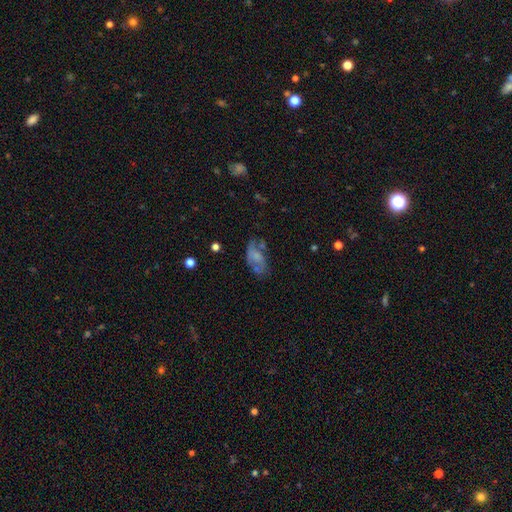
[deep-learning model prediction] Smooth or featured? Predicted: smooth (p=0.48). Merging? Predicted: none (p=0.40).